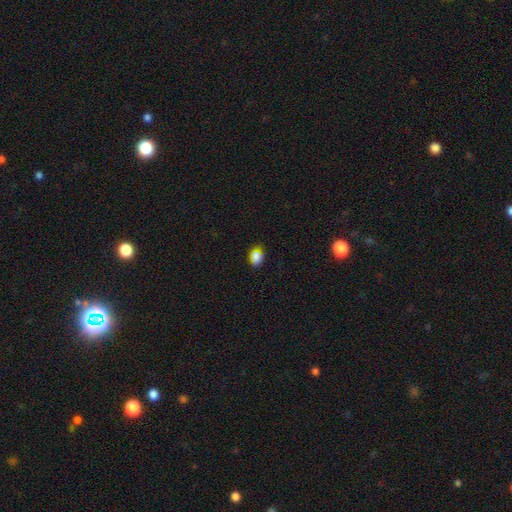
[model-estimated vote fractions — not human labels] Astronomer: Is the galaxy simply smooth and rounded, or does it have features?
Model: smooth — 74%.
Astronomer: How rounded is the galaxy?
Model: in between — 72%.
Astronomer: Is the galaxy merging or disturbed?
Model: none — 77%.